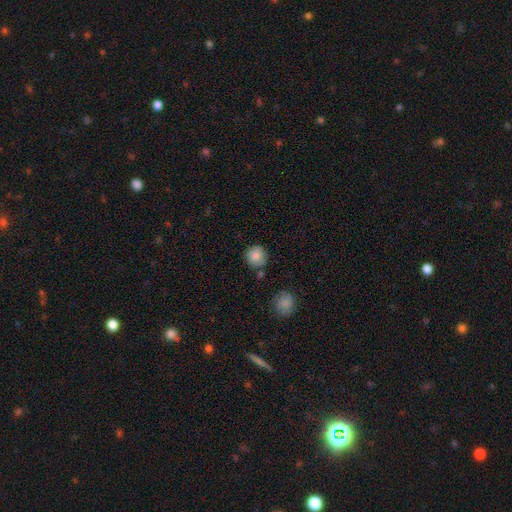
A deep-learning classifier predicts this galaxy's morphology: Overall: smooth (87%). How rounded: round (92%). Merging: none (78%).